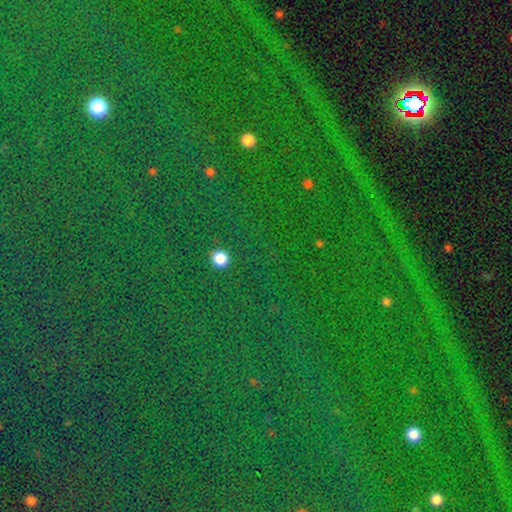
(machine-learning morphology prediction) Smooth or featured? star or artifact (83%)